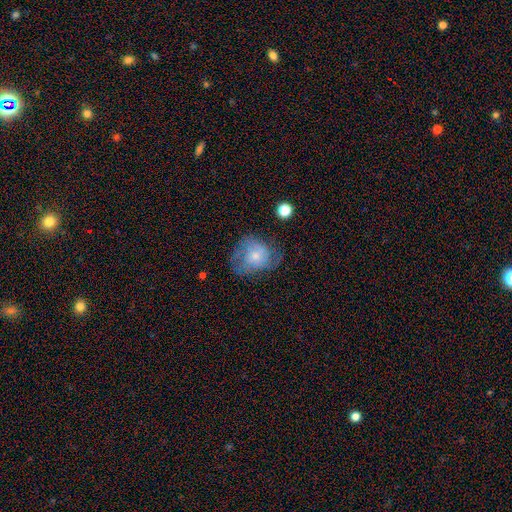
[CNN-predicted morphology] type=smooth (49%); merging=none (47%).